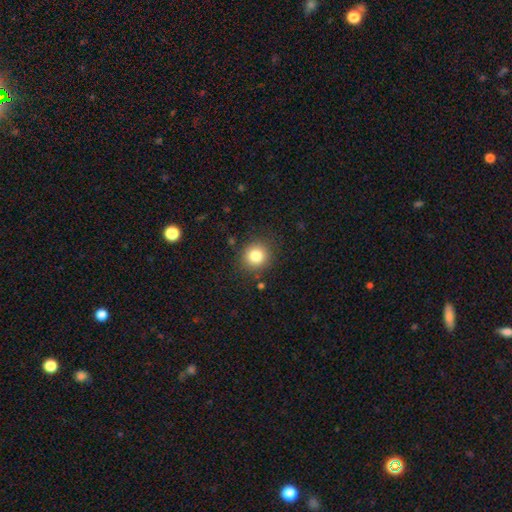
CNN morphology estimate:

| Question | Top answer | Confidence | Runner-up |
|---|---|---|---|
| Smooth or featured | smooth | 81% | star or artifact (12%) |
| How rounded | round | 90% | in between (9%) |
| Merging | none | 88% | minor disturbance (8%) |